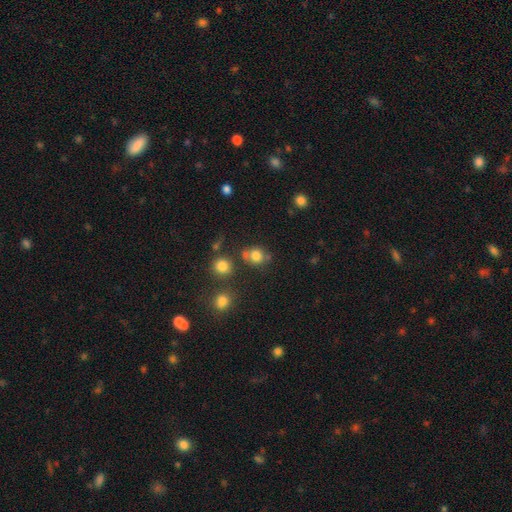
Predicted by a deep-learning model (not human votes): Q: Smooth or featured?
A: smooth (78%); runner-up: star or artifact (14%)
Q: How rounded?
A: round (77%); runner-up: in between (22%)
Q: Merging?
A: none (63%); runner-up: merger (19%)